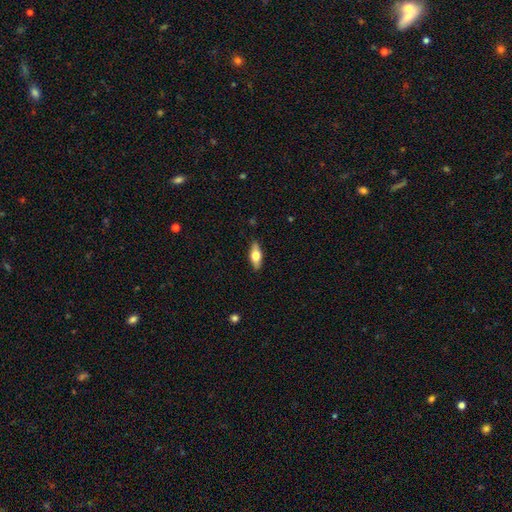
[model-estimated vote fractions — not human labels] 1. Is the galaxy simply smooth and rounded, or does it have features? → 59% smooth, 35% featured or disk, 6% star or artifact.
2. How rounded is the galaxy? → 73% in between, 23% cigar-shaped, 3% round.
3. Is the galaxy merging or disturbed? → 86% none, 11% minor disturbance, 2% major disturbance, 1% merger.